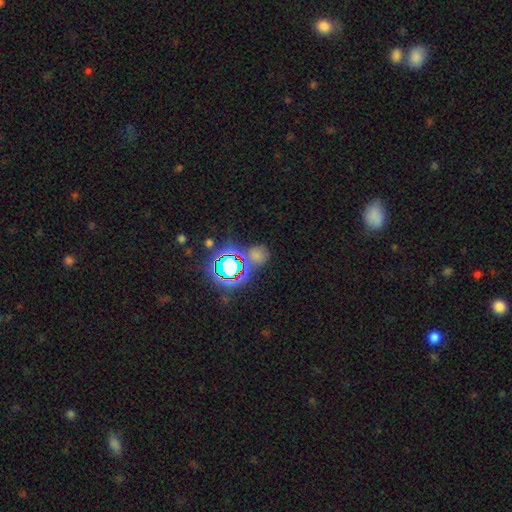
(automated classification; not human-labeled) Q: Smooth or featured?
A: smooth (46%); runner-up: star or artifact (45%)
Q: Merging?
A: none (63%); runner-up: minor disturbance (15%)